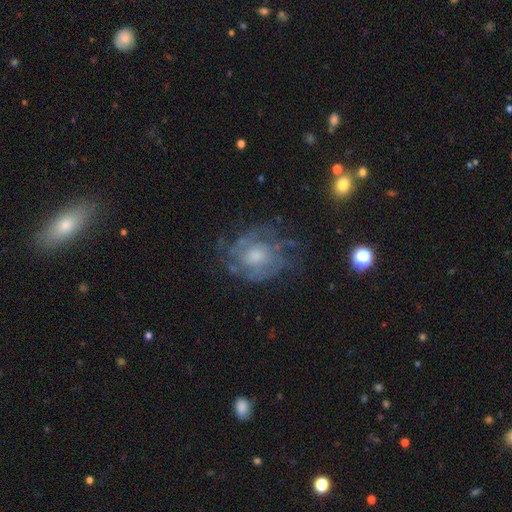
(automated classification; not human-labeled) smooth-or-featured: featured or disk: 74% | smooth: 17% | star or artifact: 9%
  disk-edge-on: no: 97% | yes: 3%
    bar: no: 78% | weak: 19% | strong: 3%
    has-spiral-arms: yes: 78% | no: 22%
      spiral-winding: tight: 54% | medium: 34% | loose: 12%
      spiral-arm-count: can't tell: 53% | 2: 16% | 3: 13% | 4: 8% | more than 4: 5% | 1: 5%
    bulge-size: moderate: 49% | small: 34% | large: 9% | none: 6% | dominant: 1%
  merging: none: 63% | minor disturbance: 20% | major disturbance: 15% | merger: 2%